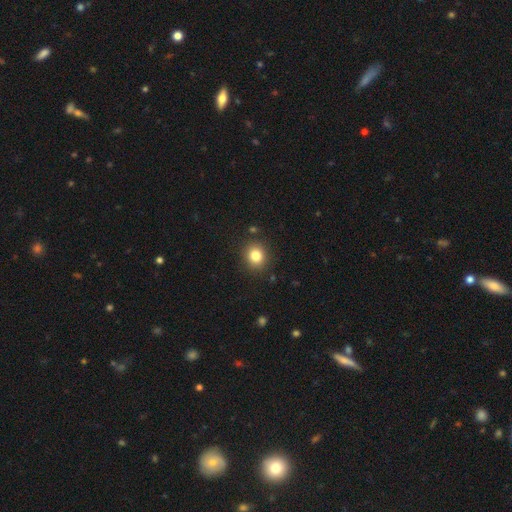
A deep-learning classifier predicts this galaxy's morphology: Smooth or featured? smooth (83%)
How rounded? round (81%)
Merging? none (89%)